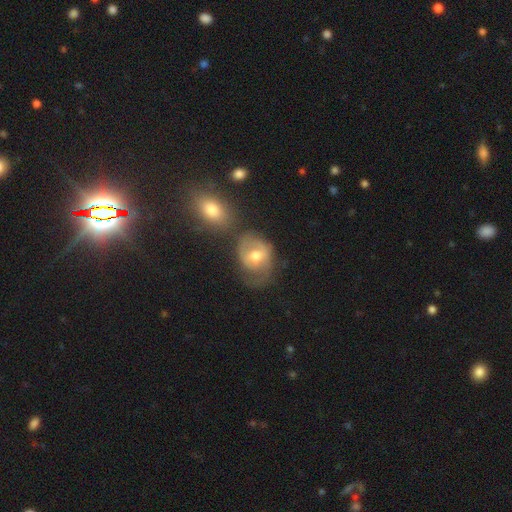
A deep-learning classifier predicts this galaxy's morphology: A featured or disk galaxy (50%). Merging: none (42%).